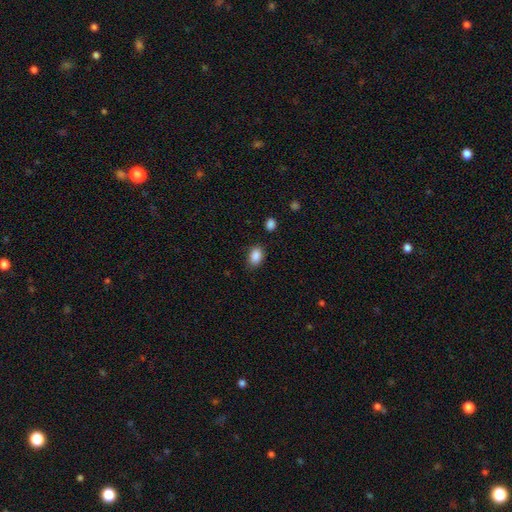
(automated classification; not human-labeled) Smooth or featured? Predicted: smooth (p=0.88). How rounded? Predicted: in between (p=0.84). Merging? Predicted: none (p=0.82).